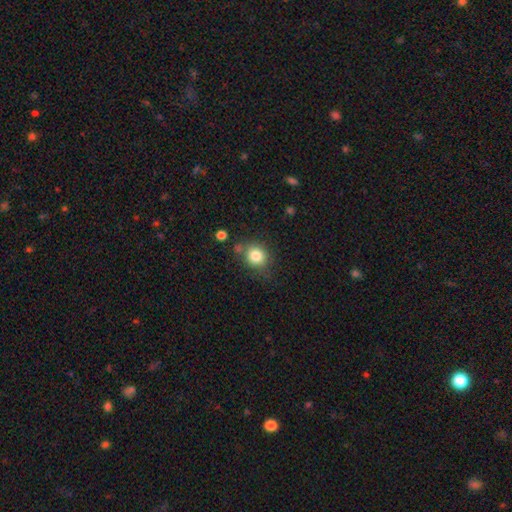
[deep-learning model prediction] This appears to be a smooth galaxy with no disk features (82%) that is round (80%). Merging: none (70%).